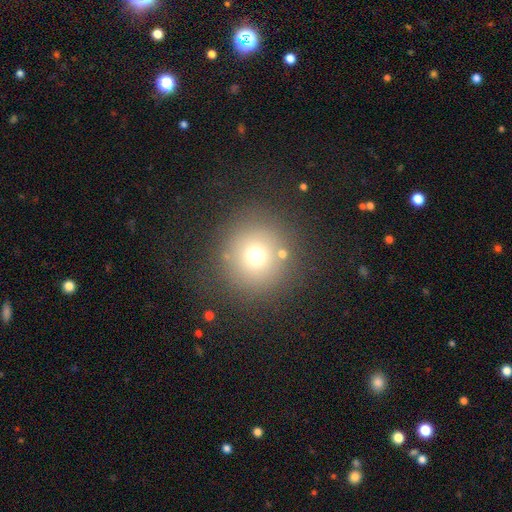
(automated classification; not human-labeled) Smooth or featured?
  - smooth: 69% *
  - star or artifact: 19%
  - featured or disk: 12%
How rounded?
  - round: 94% *
  - in between: 5%
  - cigar-shaped: 1%
Merging?
  - none: 82% *
  - minor disturbance: 9%
  - major disturbance: 5%
  - merger: 4%